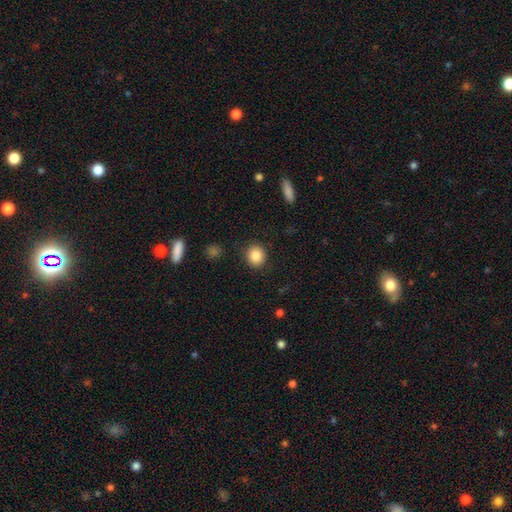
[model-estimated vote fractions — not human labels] Q: Smooth or featured?
A: smooth (86%); runner-up: star or artifact (9%)
Q: How rounded?
A: round (79%); runner-up: in between (20%)
Q: Merging?
A: none (88%); runner-up: minor disturbance (8%)